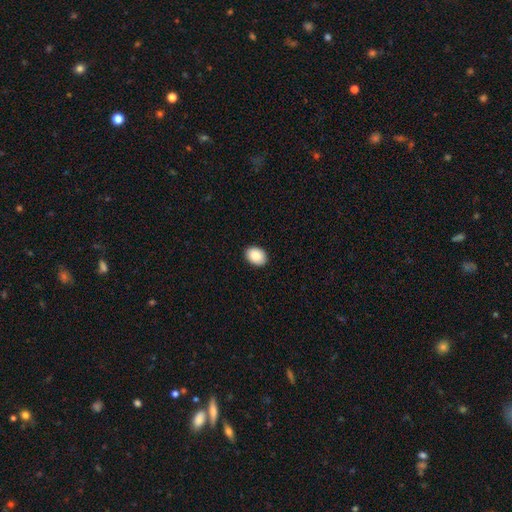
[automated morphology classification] The model was most divided on "how rounded": in between: 75%, round: 24%, cigar-shaped: 1%. More confident: merging — none (91%); smooth or featured — smooth (88%).